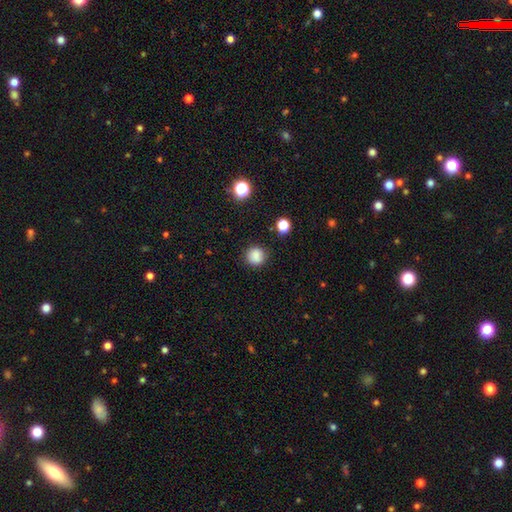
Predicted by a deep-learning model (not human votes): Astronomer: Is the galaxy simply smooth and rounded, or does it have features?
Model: smooth — 83%.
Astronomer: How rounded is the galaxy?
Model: round — 90%.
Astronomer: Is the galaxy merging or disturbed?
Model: none — 85%.